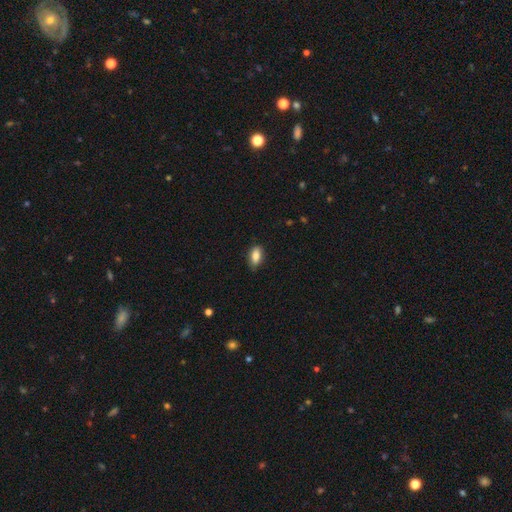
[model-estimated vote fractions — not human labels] Overall: smooth (84%). How rounded: in between (88%). Merging: none (77%).